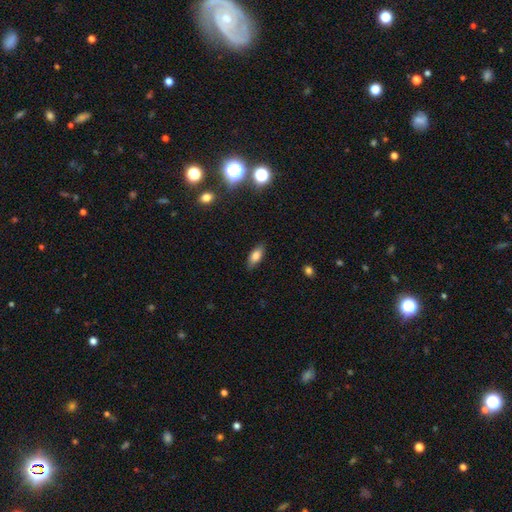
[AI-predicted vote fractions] A smooth galaxy with no disk features (77%) that is in between round and cigar-shaped (82%).

Vote fractions:
- Smooth or featured? smooth: 77% / featured or disk: 14% / star or artifact: 9%
- How rounded? in between: 82% / cigar-shaped: 15% / round: 3%
- Merging? none: 84% / minor disturbance: 12% / major disturbance: 3% / merger: 1%